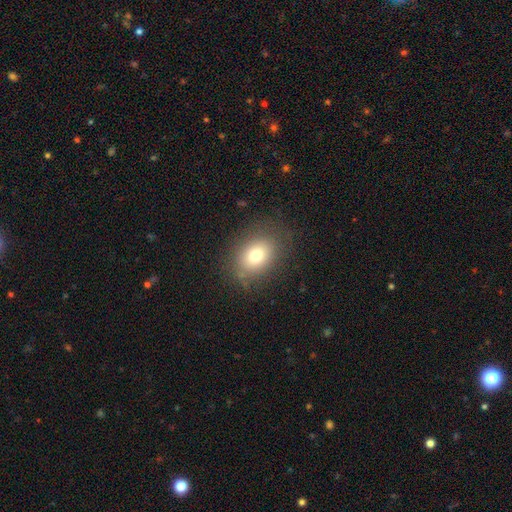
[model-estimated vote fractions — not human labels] A smooth galaxy with no disk features (75%) that is in between round and cigar-shaped (65%). Merging: none (80%).